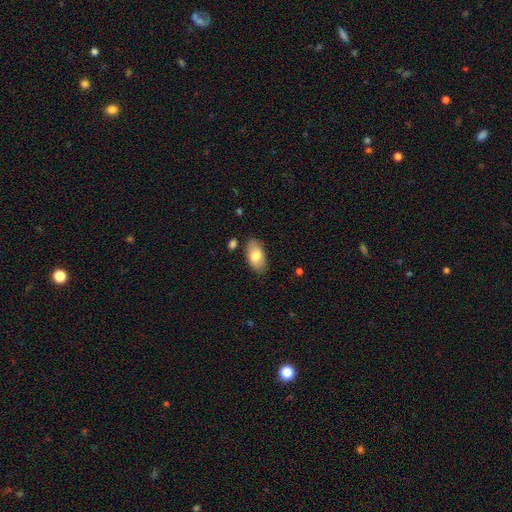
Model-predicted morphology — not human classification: A smooth galaxy with no disk features (77%) that is in between round and cigar-shaped (94%). Merging: none (81%).